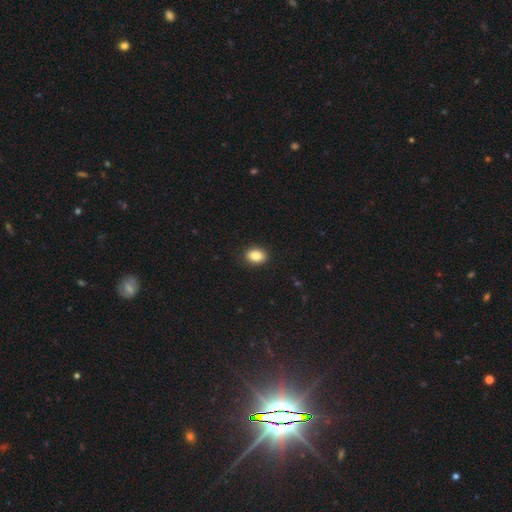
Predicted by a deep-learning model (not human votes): smooth-or-featured: smooth: 86% | star or artifact: 8% | featured or disk: 6%
  how-rounded: in between: 73% | round: 26% | cigar-shaped: 1%
  merging: none: 90% | minor disturbance: 7% | major disturbance: 2% | merger: 1%